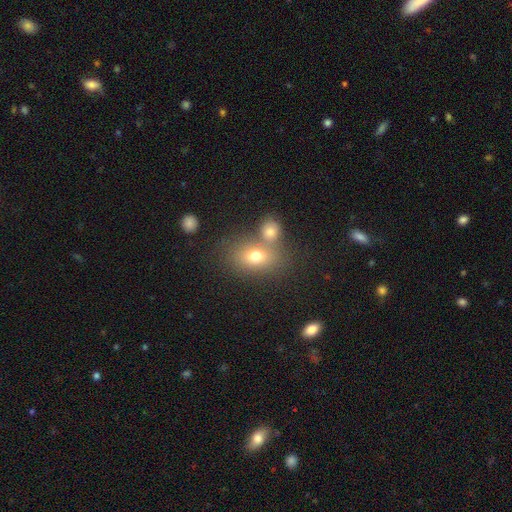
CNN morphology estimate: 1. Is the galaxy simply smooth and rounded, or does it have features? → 71% smooth, 16% featured or disk, 13% star or artifact.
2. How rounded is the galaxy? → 65% in between, 34% round, 2% cigar-shaped.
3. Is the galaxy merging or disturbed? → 48% none, 36% merger, 11% minor disturbance, 5% major disturbance.